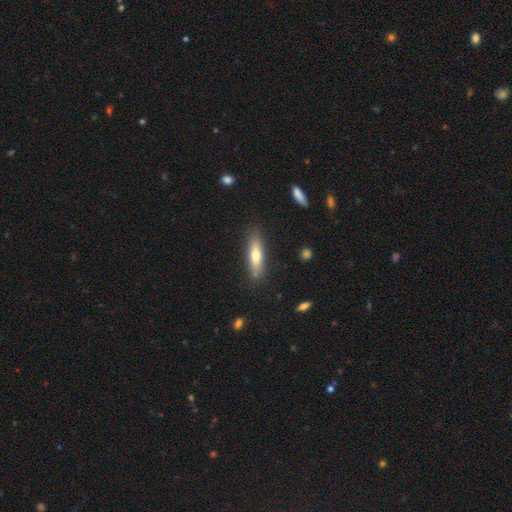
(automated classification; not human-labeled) smooth-or-featured: smooth: 64% | featured or disk: 30% | star or artifact: 6%
  how-rounded: cigar-shaped: 67% | in between: 31% | round: 2%
  merging: none: 82% | minor disturbance: 12% | major disturbance: 3% | merger: 3%